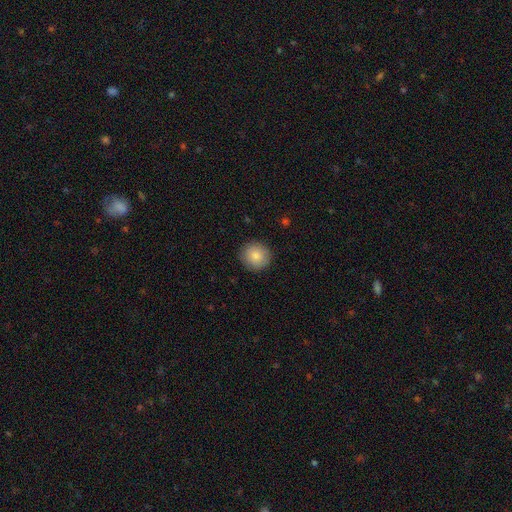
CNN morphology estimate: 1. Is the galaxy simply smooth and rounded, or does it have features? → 84% smooth, 8% featured or disk, 8% star or artifact.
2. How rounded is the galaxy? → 94% round, 5% in between, 1% cigar-shaped.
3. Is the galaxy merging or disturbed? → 90% none, 7% minor disturbance, 2% major disturbance, 1% merger.